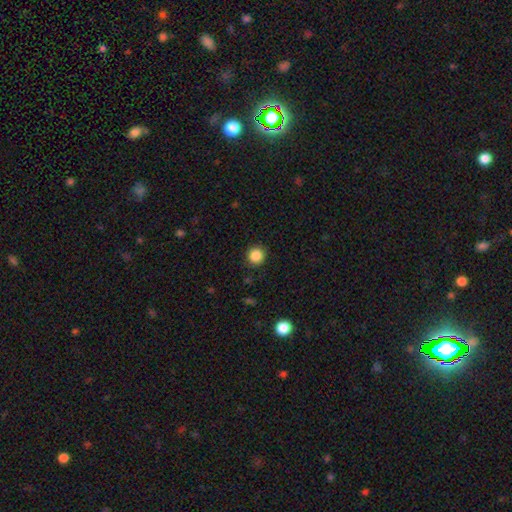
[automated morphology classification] Q: Smooth or featured?
A: smooth (86%); runner-up: star or artifact (10%)
Q: How rounded?
A: round (94%); runner-up: in between (5%)
Q: Merging?
A: none (91%); runner-up: minor disturbance (6%)